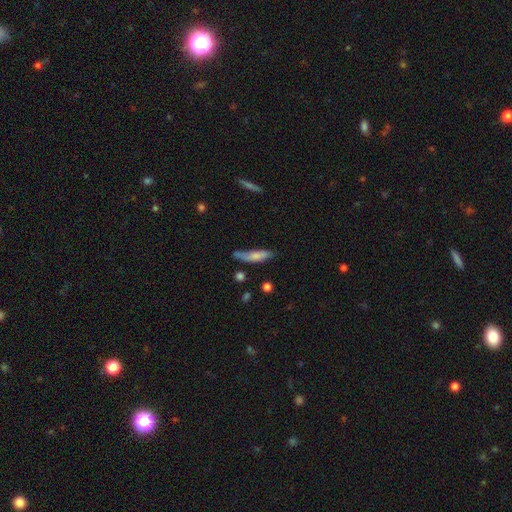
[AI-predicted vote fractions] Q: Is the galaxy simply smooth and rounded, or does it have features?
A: smooth — 71%.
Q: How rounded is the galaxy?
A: cigar-shaped — 74%.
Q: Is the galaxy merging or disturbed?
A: none — 55%.